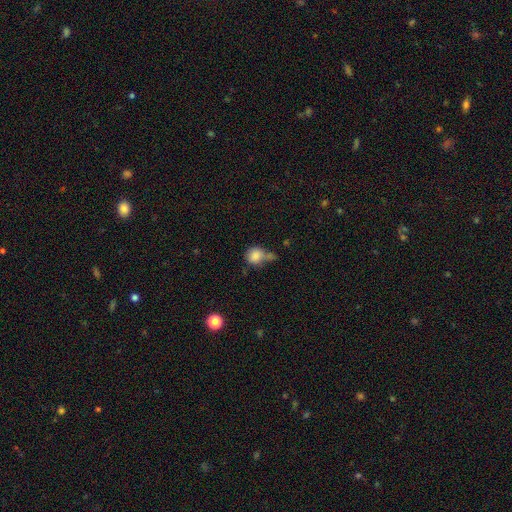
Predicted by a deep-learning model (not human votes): Q: Smooth or featured?
A: smooth (83%); runner-up: star or artifact (10%)
Q: How rounded?
A: round (79%); runner-up: in between (20%)
Q: Merging?
A: none (39%); runner-up: merger (30%)